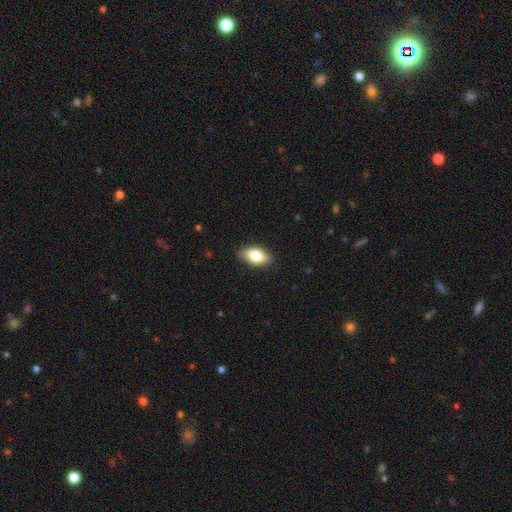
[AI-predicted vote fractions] Q: Smooth or featured?
A: smooth (79%); runner-up: featured or disk (14%)
Q: How rounded?
A: in between (89%); runner-up: round (6%)
Q: Merging?
A: none (84%); runner-up: minor disturbance (13%)